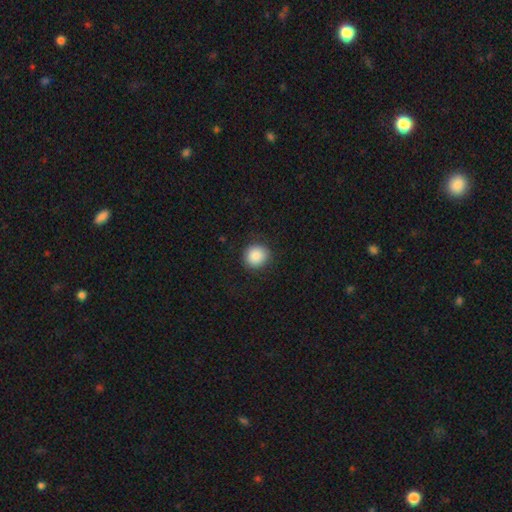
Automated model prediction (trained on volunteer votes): This appears to be a smooth galaxy with no disk features (88%) that is round (91%). Merging: none (89%).